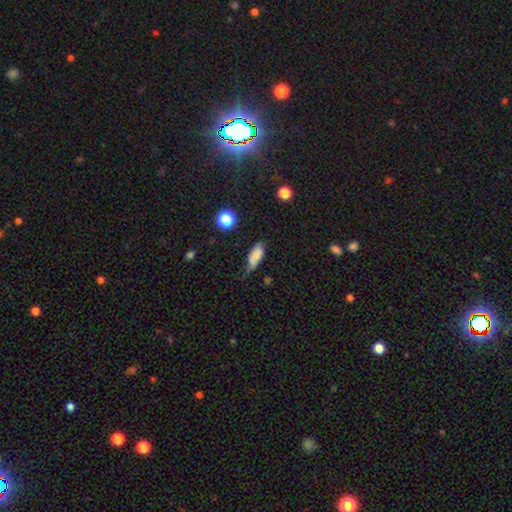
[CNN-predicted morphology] type=smooth (74%); roundness=in between (77%); merging=none (45%).